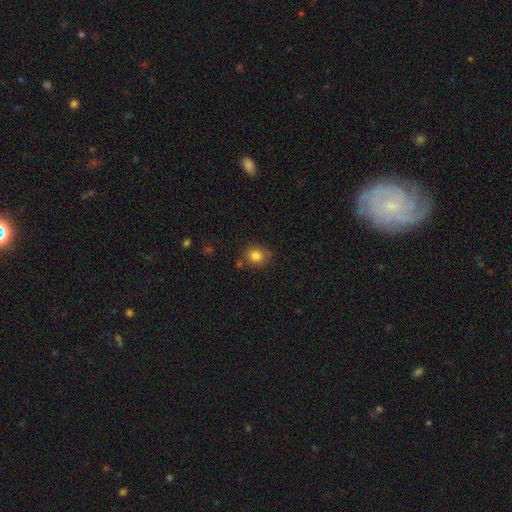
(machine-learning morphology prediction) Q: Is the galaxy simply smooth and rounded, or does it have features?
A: smooth — 83%.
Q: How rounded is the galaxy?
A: round — 69%.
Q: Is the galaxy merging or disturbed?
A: none — 72%.